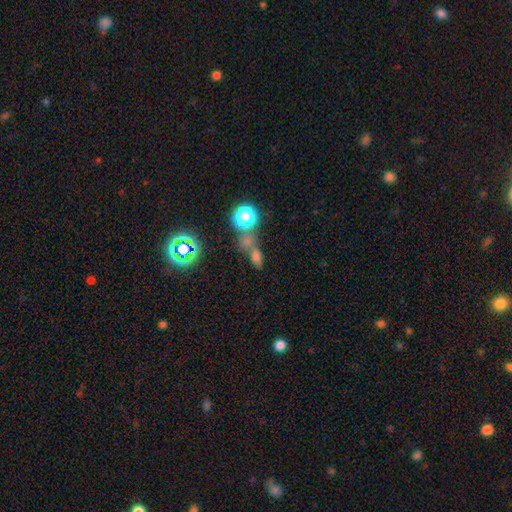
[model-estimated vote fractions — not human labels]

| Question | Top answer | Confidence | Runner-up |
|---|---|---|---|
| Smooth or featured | smooth | 58% | star or artifact (31%) |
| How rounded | in between | 61% | round (29%) |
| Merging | merger | 42% | none (40%) |